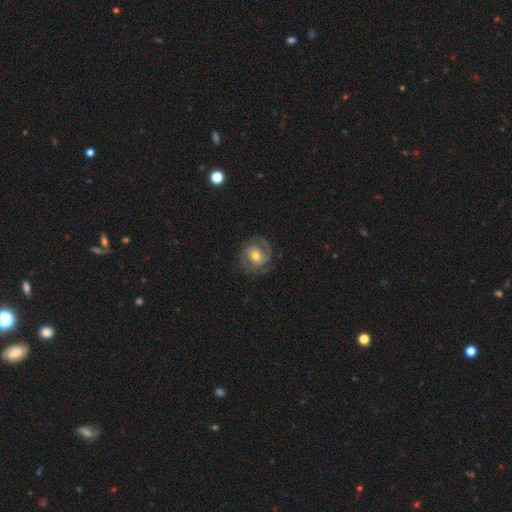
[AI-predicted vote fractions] Q: Smooth or featured?
A: featured or disk (75%); runner-up: smooth (18%)
Q: Edge-on disk?
A: no (97%); runner-up: yes (3%)
Q: Bar?
A: no (56%); runner-up: weak (33%)
Q: Spiral arms?
A: yes (91%); runner-up: no (9%)
Q: Spiral winding?
A: tight (49%); runner-up: medium (39%)
Q: Spiral arm count?
A: 2 (57%); runner-up: can't tell (17%)
Q: Bulge size?
A: moderate (65%); runner-up: small (25%)
Q: Merging?
A: none (76%); runner-up: minor disturbance (15%)